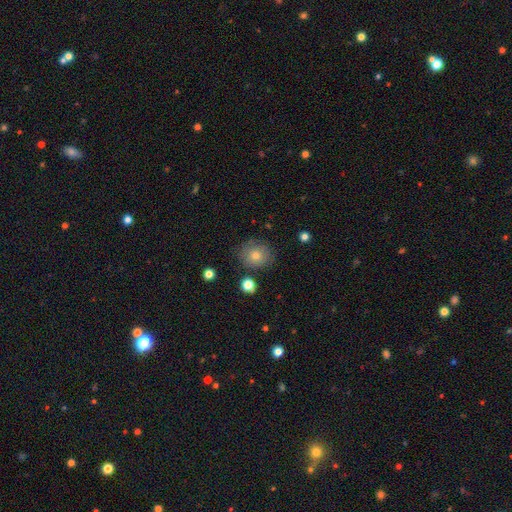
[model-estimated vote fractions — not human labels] smooth_or_featured: smooth (p=0.70) [alt: featured or disk p=0.17]
how_rounded: round (p=0.78) [alt: in between p=0.21]
merging: none (p=0.81) [alt: minor disturbance p=0.13]